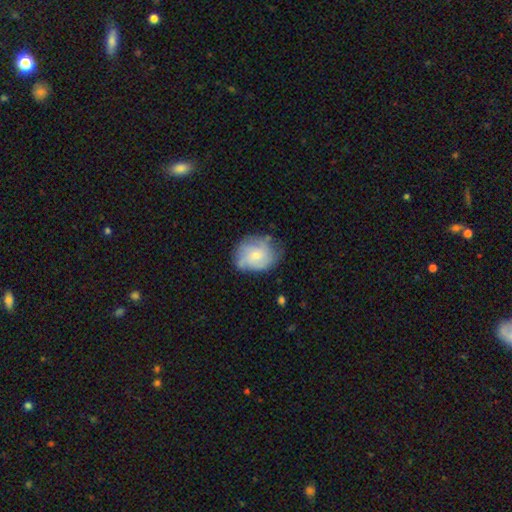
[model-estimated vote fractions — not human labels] featured or disk 54%, smooth 38%, star or artifact 7%. Down the decision tree: edge-on disk — no (97%); bar — no (76%); spiral arms — yes (80%); bulge size — small (63%); merging — none (60%).